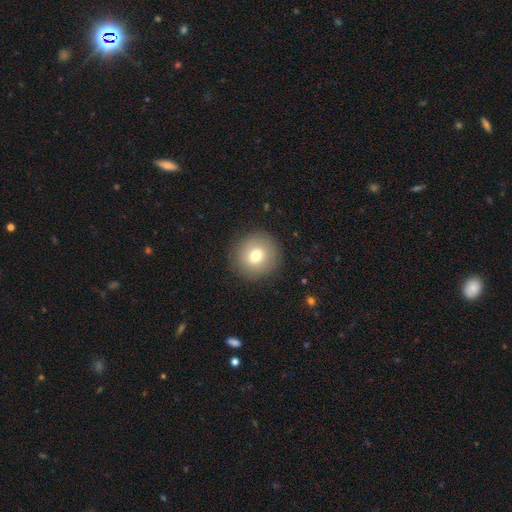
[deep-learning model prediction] smooth 74%, featured or disk 16%, star or artifact 10%. Down the decision tree: how rounded — round (92%); merging — none (90%).